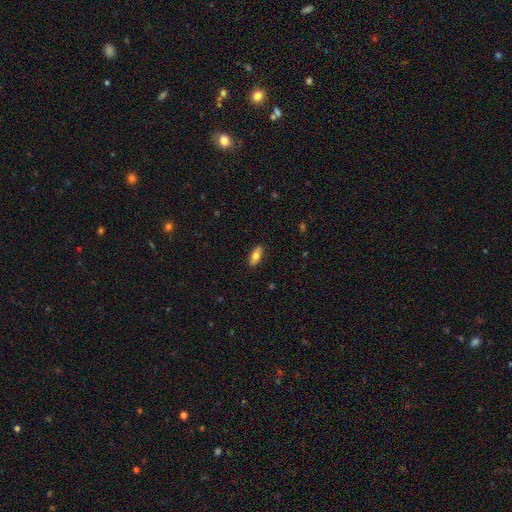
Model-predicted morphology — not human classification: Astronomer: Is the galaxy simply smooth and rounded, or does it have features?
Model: smooth — 74%.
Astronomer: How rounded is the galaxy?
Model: in between — 79%.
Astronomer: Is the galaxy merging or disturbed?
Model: none — 89%.